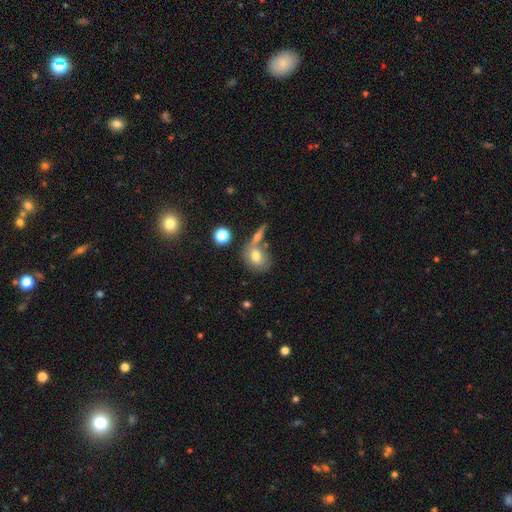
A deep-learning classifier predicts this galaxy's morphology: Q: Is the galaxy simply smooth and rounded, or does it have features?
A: smooth — 69%.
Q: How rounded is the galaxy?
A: round — 55%.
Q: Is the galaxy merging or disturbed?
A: none — 53%.